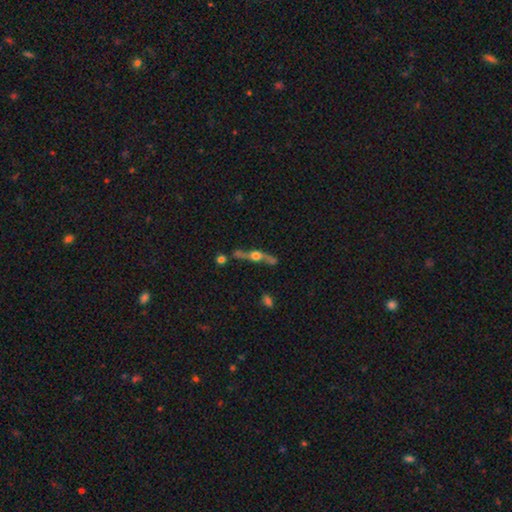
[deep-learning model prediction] A featured or disk galaxy (71%) viewed edge-on (81%) with a rounded central bulge (94%).

Vote fractions:
- Smooth or featured? featured or disk: 71% / smooth: 20% / star or artifact: 9%
- Edge-on disk? yes: 81% / no: 19%
- Edge-on bulge? rounded: 94% / boxy: 4% / none: 3%
- Merging? none: 60% / minor disturbance: 17% / merger: 15% / major disturbance: 8%